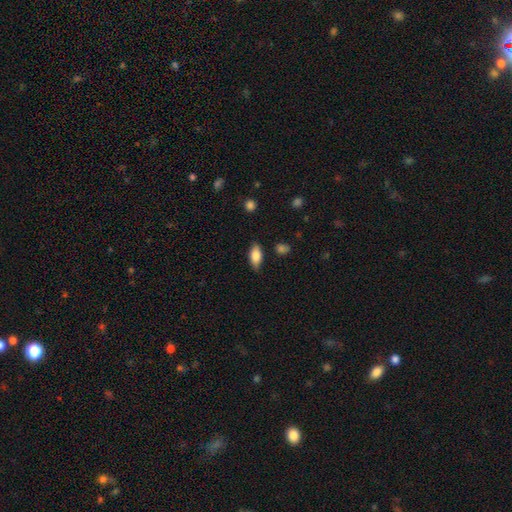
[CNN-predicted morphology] Q: Smooth or featured?
A: smooth (79%); runner-up: featured or disk (14%)
Q: How rounded?
A: in between (86%); runner-up: cigar-shaped (10%)
Q: Merging?
A: none (79%); runner-up: minor disturbance (16%)